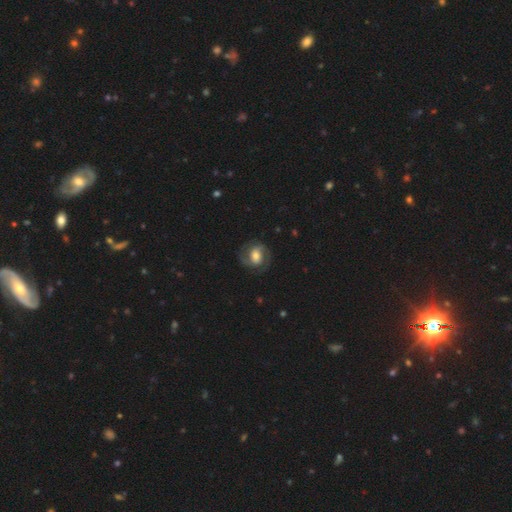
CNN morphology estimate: A featured or disk galaxy (70%) with a weak bar (40%), 2 (89%) medium (49%) spiral arms (89%) and a moderate central bulge (56%). Merging: none (79%).